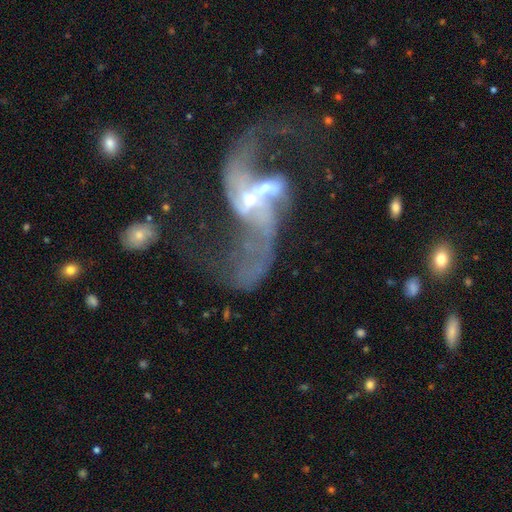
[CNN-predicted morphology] This appears to be a featured or disk galaxy (89%) with a weak bar (40%), 2 (90%) loose (83%) spiral arms (93%) and a small central bulge (59%). Merging: none (36%).